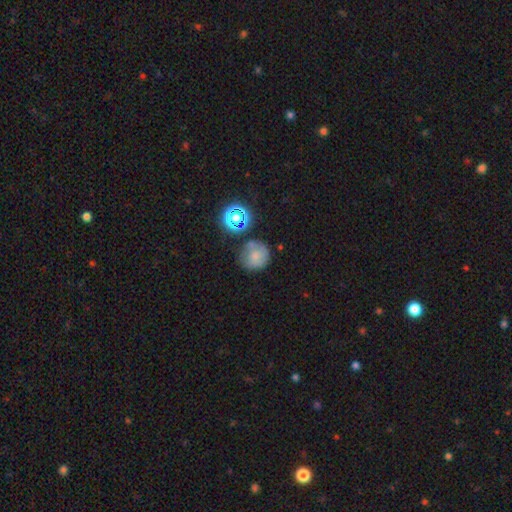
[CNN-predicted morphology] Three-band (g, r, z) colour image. It shows a smooth galaxy with no disk features (64%) that is round (89%). Merging: none (62%).